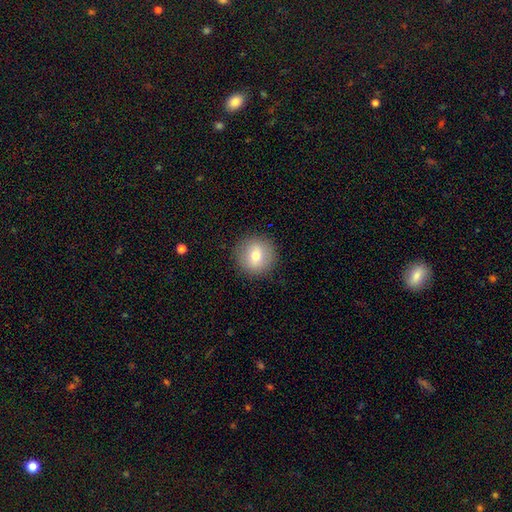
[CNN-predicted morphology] This appears to be a smooth galaxy with no disk features (73%) that is round (94%). Merging: none (90%).